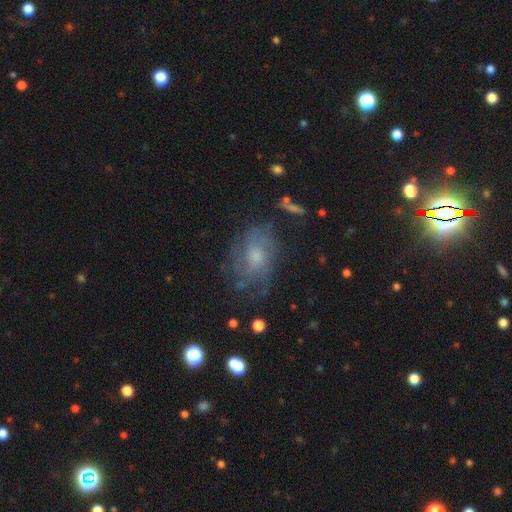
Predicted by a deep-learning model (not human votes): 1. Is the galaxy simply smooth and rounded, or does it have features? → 60% featured or disk, 28% smooth, 12% star or artifact.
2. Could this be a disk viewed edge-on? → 95% no, 5% yes.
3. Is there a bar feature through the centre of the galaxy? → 75% no, 22% weak, 3% strong.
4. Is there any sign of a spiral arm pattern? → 77% yes, 23% no.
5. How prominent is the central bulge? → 51% moderate, 32% small, 9% large, 7% none, 1% dominant.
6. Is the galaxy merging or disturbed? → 63% none, 21% minor disturbance, 13% major disturbance, 2% merger.